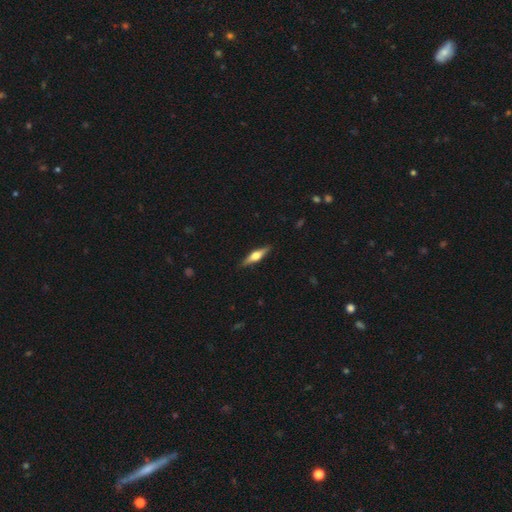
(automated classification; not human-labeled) smooth_or_featured: featured or disk (p=0.62) [alt: smooth p=0.32]
disk_edge_on: yes (p=0.96) [alt: no p=0.04]
edge_on_bulge: rounded (p=0.93) [alt: boxy p=0.05]
merging: none (p=0.89) [alt: minor disturbance p=0.08]